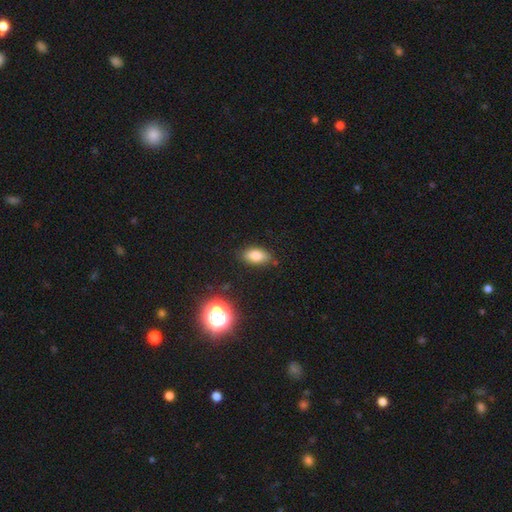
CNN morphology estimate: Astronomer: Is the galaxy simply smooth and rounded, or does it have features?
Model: smooth — 80%.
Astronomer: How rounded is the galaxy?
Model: in between — 89%.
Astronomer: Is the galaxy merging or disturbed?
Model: none — 81%.